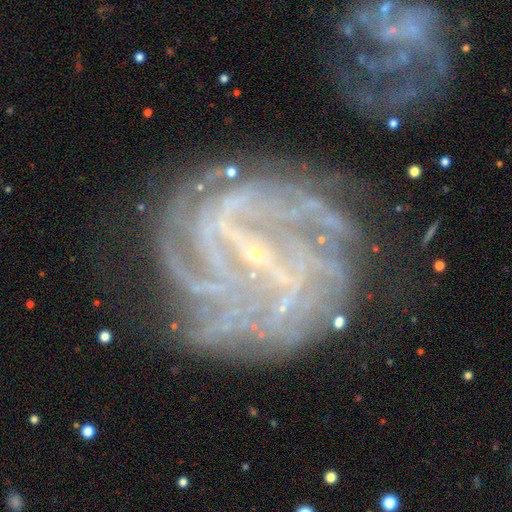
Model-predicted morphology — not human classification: Overall: featured or disk (87%). Edge-on disk: no (97%). Bar: strong (54%; weak 33%). Spiral arms: yes (95%). Spiral arm count: can't tell (27%; 4 21%). Spiral winding: tight (67%). Bulge size: small (84%). Merging: none (63%).